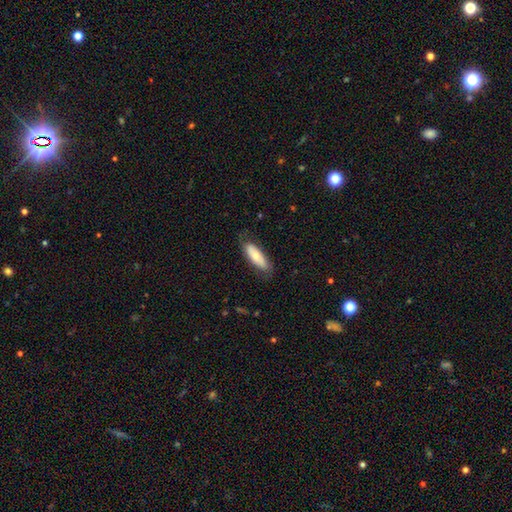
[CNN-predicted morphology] This appears to be a smooth galaxy with no disk features (67%) that is in between round and cigar-shaped (62%). Merging: none (77%).